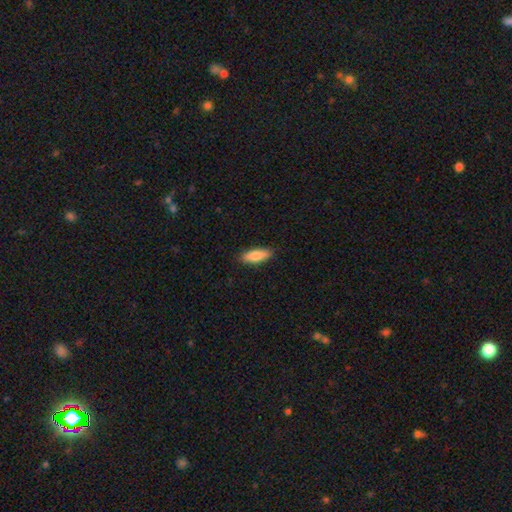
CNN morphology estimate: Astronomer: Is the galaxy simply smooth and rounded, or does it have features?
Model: smooth — 84%.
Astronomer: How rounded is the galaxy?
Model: in between — 58% (runner-up: cigar-shaped, 40%).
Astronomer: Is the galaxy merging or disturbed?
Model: none — 89%.